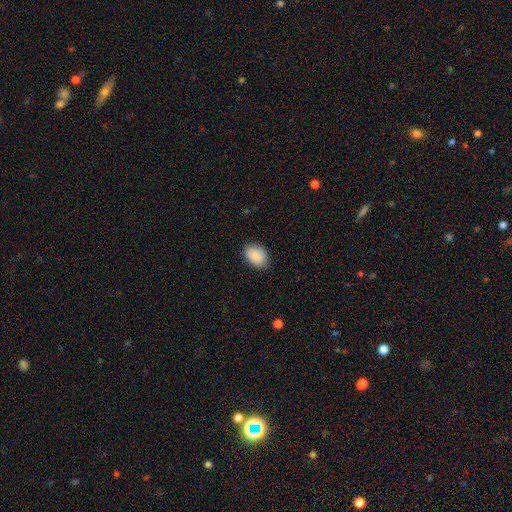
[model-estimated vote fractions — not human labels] This appears to be a smooth galaxy with no disk features (89%) that is in between round and cigar-shaped (83%). Merging: none (84%).